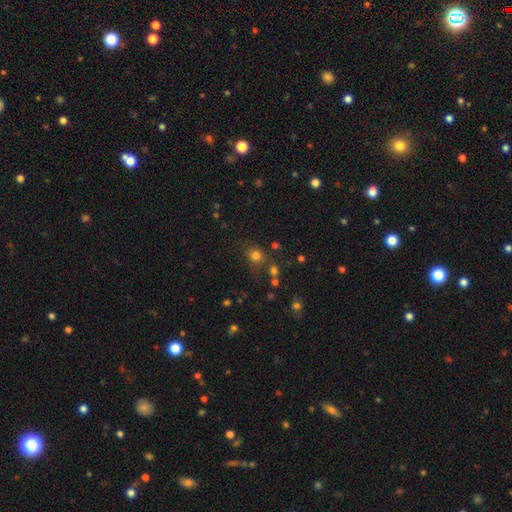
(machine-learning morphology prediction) Smooth or featured? smooth (74%)
How rounded? round (75%)
Merging? none (69%)